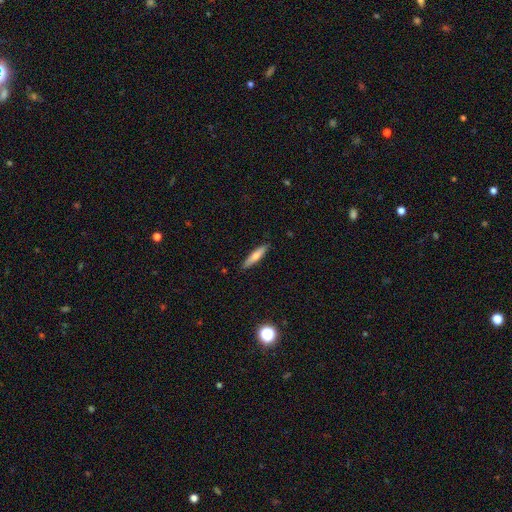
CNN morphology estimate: smooth_or_featured: smooth (p=0.65) [alt: featured or disk p=0.29]
how_rounded: cigar-shaped (p=0.84) [alt: in between p=0.14]
merging: none (p=0.88) [alt: minor disturbance p=0.09]